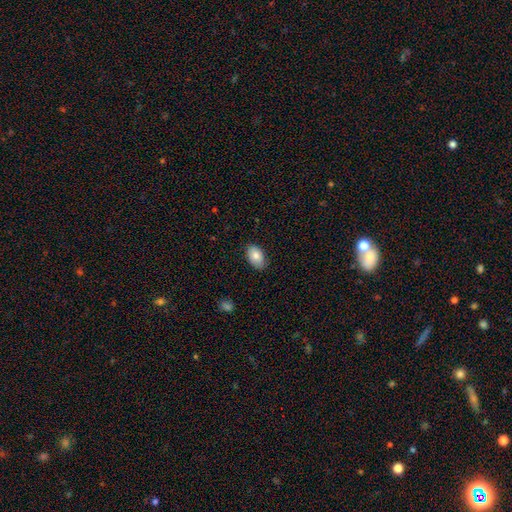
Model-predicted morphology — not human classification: This appears to be a smooth galaxy with no disk features (83%) that is in between round and cigar-shaped (92%). Merging: none (83%).